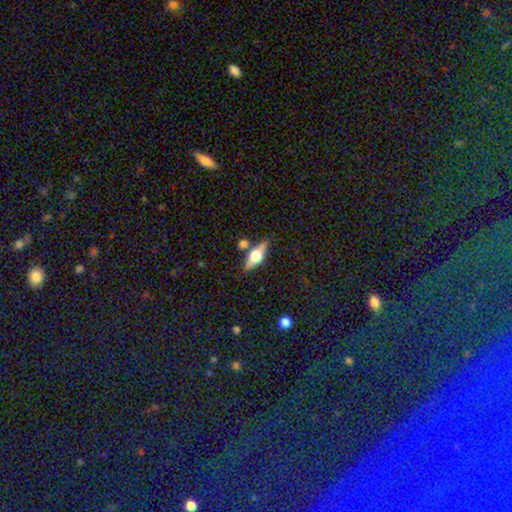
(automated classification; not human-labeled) smooth-or-featured: featured or disk: 56% | smooth: 36% | star or artifact: 7%
  disk-edge-on: yes: 92% | no: 8%
    edge-on-bulge: rounded: 94% | boxy: 4% | none: 1%
  merging: none: 77% | minor disturbance: 12% | merger: 8% | major disturbance: 3%